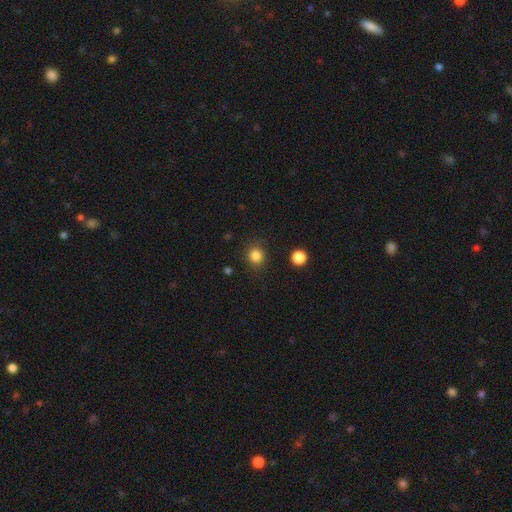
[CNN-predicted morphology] Smooth or featured?
  - smooth: 84% *
  - star or artifact: 12%
  - featured or disk: 4%
How rounded?
  - round: 84% *
  - in between: 15%
  - cigar-shaped: 1%
Merging?
  - none: 85% *
  - minor disturbance: 10%
  - major disturbance: 3%
  - merger: 2%